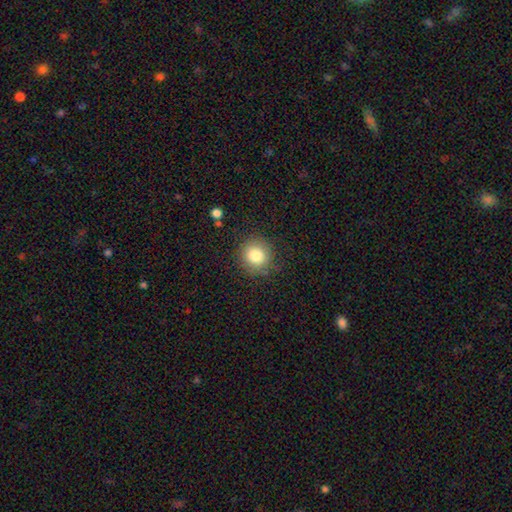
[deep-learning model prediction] A smooth galaxy with no disk features (82%) that is round (90%).

Vote fractions:
- Smooth or featured? smooth: 82% / star or artifact: 10% / featured or disk: 8%
- How rounded? round: 90% / in between: 9% / cigar-shaped: 1%
- Merging? none: 84% / minor disturbance: 11% / major disturbance: 4% / merger: 2%